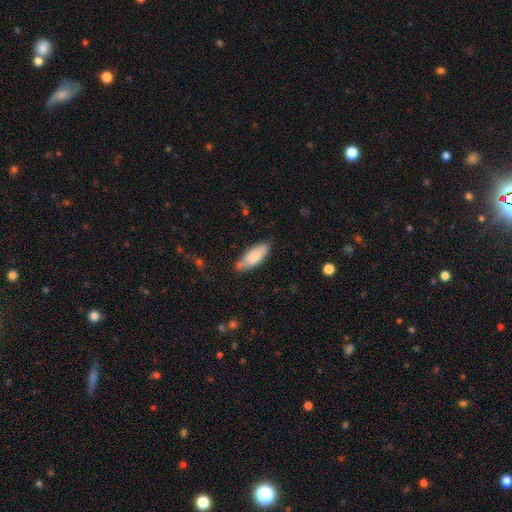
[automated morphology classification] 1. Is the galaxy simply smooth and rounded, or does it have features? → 80% smooth, 14% featured or disk, 6% star or artifact.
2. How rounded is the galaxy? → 68% in between, 30% cigar-shaped, 2% round.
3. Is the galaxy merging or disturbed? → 71% none, 21% minor disturbance, 4% merger, 4% major disturbance.